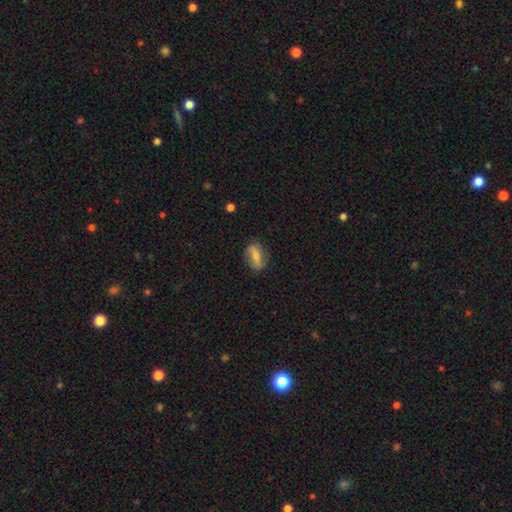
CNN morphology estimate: A featured or disk galaxy (54%). Merging: none (76%).